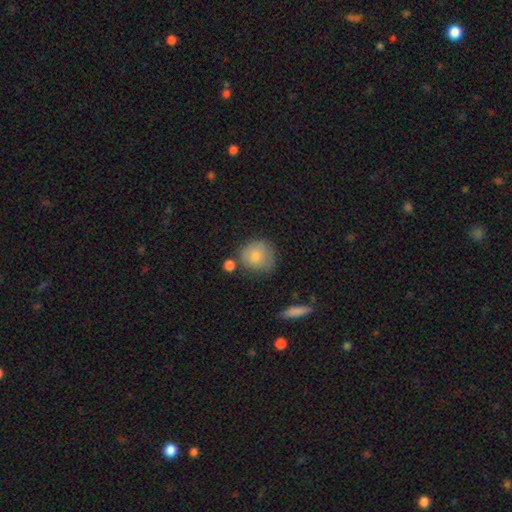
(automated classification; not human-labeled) A smooth galaxy with no disk features (80%) that is round (87%). Merging: none (62%).